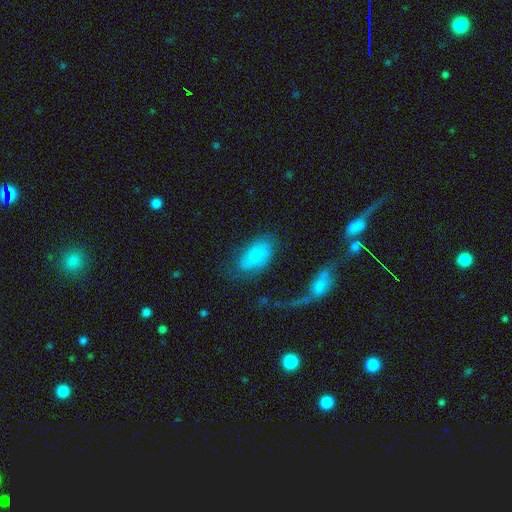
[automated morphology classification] Smooth or featured? Predicted: smooth (p=0.67). How rounded? Predicted: in between (p=0.93). Merging? Predicted: none (p=0.53).